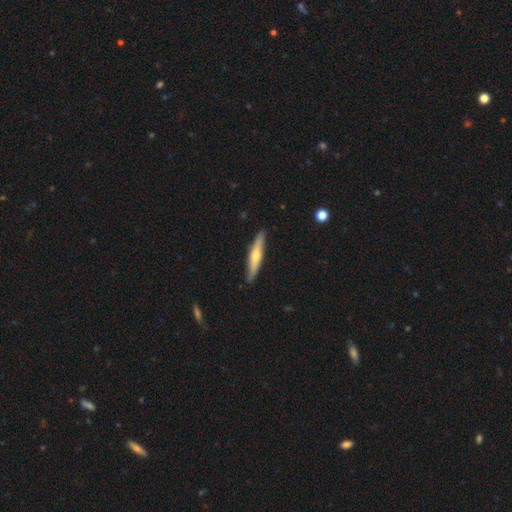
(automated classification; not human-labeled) Smooth or featured? Predicted: featured or disk (p=0.50). Edge-on disk? Predicted: yes (p=0.91). Merging? Predicted: none (p=0.88).